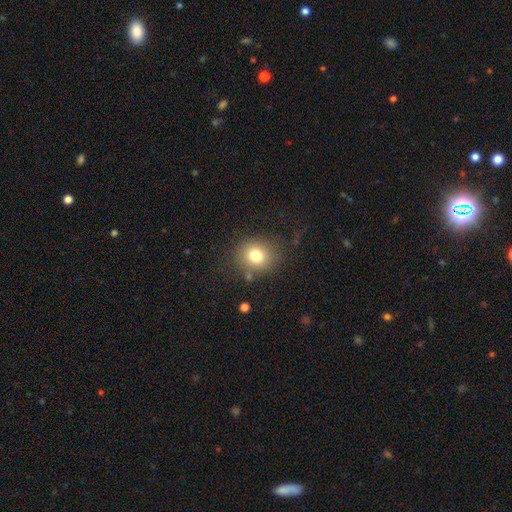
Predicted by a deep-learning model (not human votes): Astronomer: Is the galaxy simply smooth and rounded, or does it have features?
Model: smooth — 78%.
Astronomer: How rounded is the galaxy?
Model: round — 78%.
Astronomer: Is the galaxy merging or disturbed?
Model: none — 80%.